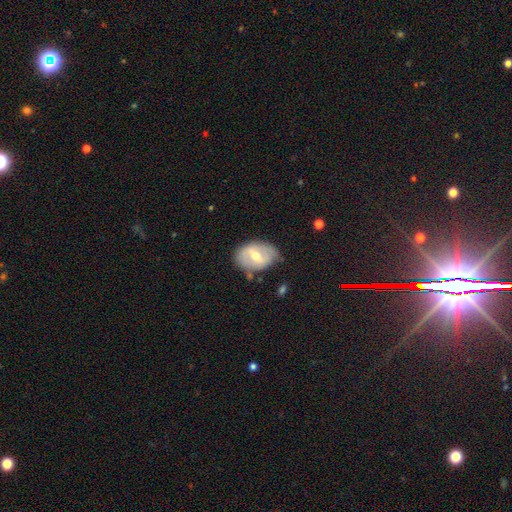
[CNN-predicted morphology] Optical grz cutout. It shows a featured or disk galaxy (58%) with a weak bar (48%), no spiral arms (51%) and a moderate central bulge (61%). Merging: none (71%).